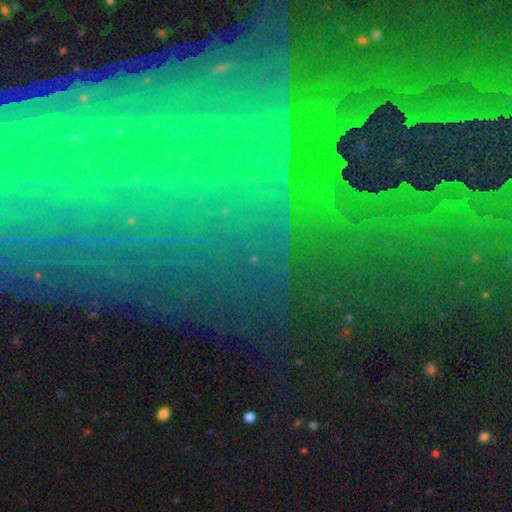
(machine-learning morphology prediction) type=star or artifact (80%).